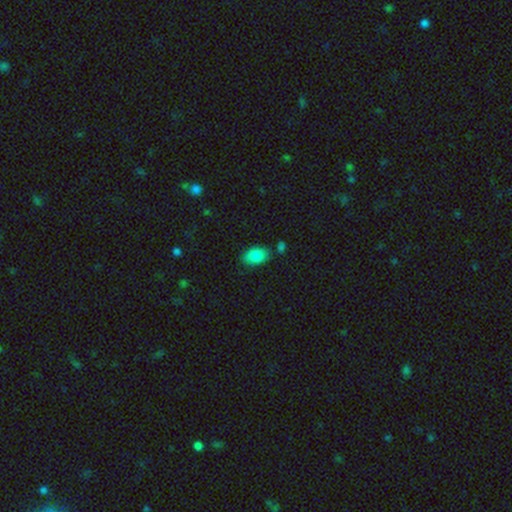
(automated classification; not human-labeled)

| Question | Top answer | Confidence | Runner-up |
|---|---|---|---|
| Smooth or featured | smooth | 85% | star or artifact (8%) |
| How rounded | in between | 88% | round (10%) |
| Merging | none | 76% | minor disturbance (15%) |